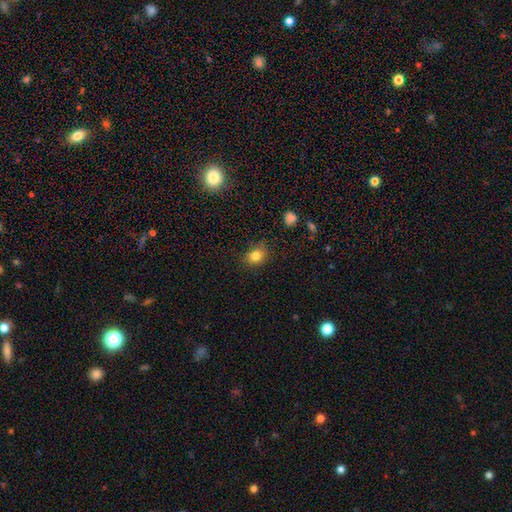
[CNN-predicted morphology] This appears to be a smooth galaxy with no disk features (82%) that is round (51%). Merging: none (79%).